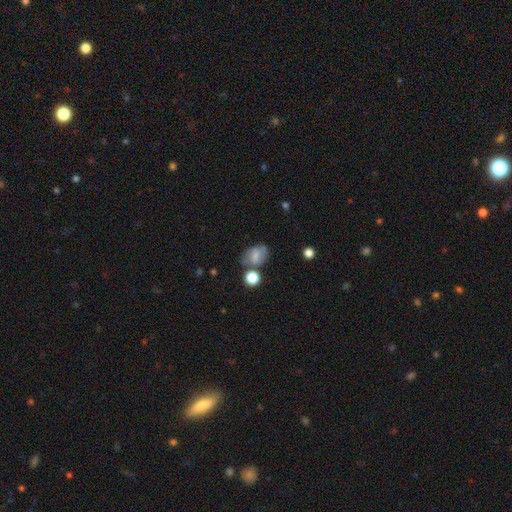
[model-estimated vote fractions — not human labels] Smooth or featured? smooth (57%)
How rounded? in between (69%)
Merging? none (57%)